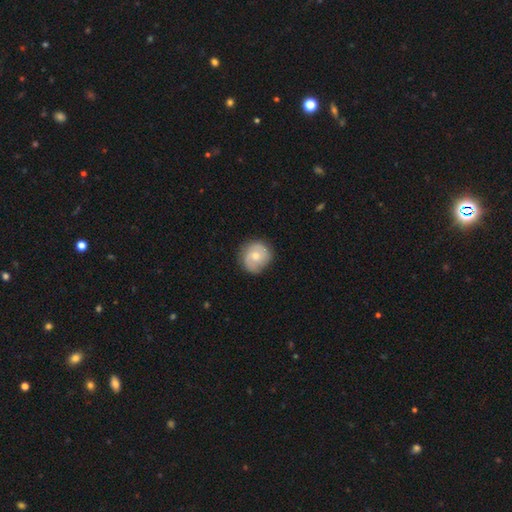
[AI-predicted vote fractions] smooth-or-featured: smooth: 53% | featured or disk: 40% | star or artifact: 7%
  how-rounded: round: 86% | in between: 13% | cigar-shaped: 1%
  merging: none: 78% | minor disturbance: 17% | major disturbance: 4% | merger: 1%